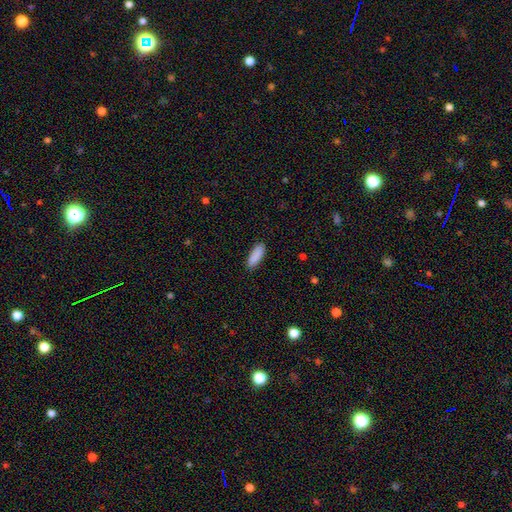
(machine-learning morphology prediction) This is clearly a smooth galaxy (90%). How rounded: likely in between (64%). Merging: clearly none (88%).